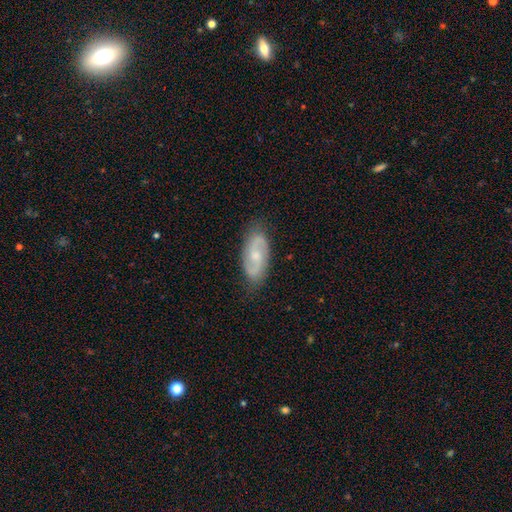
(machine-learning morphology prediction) Smooth or featured? Predicted: featured or disk (p=0.79). Edge-on disk? Predicted: no (p=0.95). Bar? Predicted: no (p=0.50). Spiral arms? Predicted: yes (p=0.95). Spiral winding? Predicted: medium (p=0.50). Spiral arm count? Predicted: 2 (p=0.90). Bulge size? Predicted: small (p=0.48). Merging? Predicted: none (p=0.84).